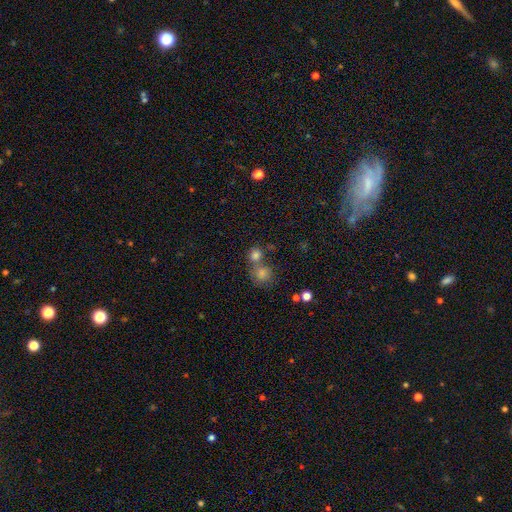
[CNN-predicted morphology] Overall: smooth (76%). How rounded: round (82%). Merging: none (47%; merger 42%).